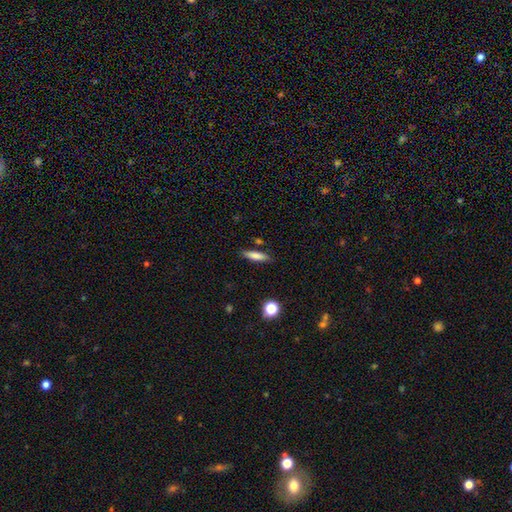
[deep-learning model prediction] A smooth galaxy with no disk features (78%) that is cigar-shaped (70%).

Vote fractions:
- Smooth or featured? smooth: 78% / featured or disk: 15% / star or artifact: 8%
- How rounded? cigar-shaped: 70% / in between: 28% / round: 2%
- Merging? none: 82% / minor disturbance: 12% / merger: 4% / major disturbance: 3%